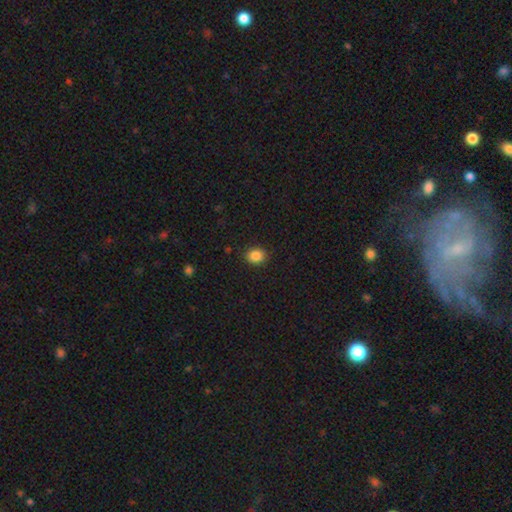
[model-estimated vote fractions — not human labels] A smooth galaxy with no disk features (86%) that is round (63%).

Vote fractions:
- Smooth or featured? smooth: 86% / star or artifact: 10% / featured or disk: 4%
- How rounded? round: 63% / in between: 36% / cigar-shaped: 1%
- Merging? none: 90% / minor disturbance: 7% / major disturbance: 2% / merger: 1%